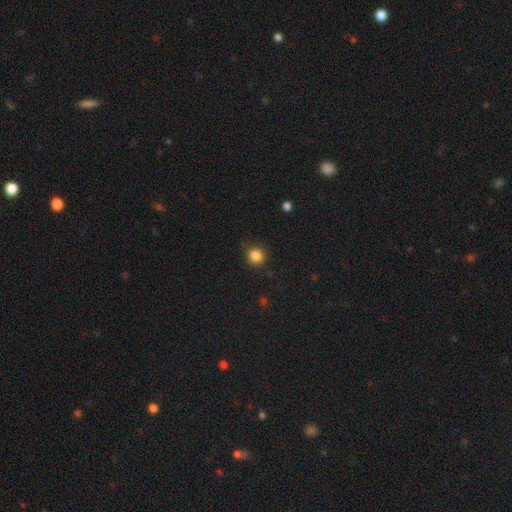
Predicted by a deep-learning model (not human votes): smooth_or_featured: smooth (p=0.85) [alt: star or artifact p=0.11]
how_rounded: round (p=0.82) [alt: in between p=0.17]
merging: none (p=0.85) [alt: minor disturbance p=0.10]